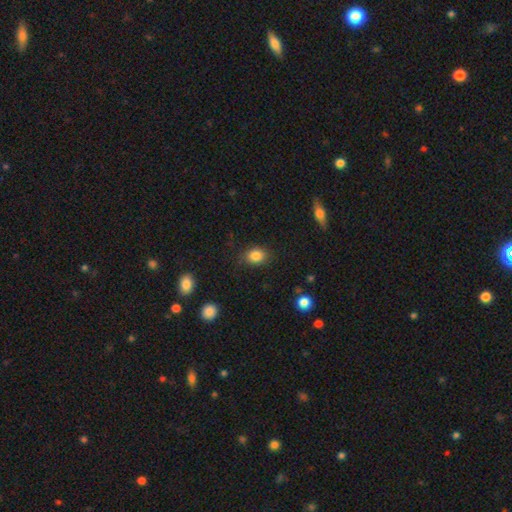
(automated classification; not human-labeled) This appears to be a smooth galaxy with no disk features (84%) that is round (53%). Merging: none (82%).